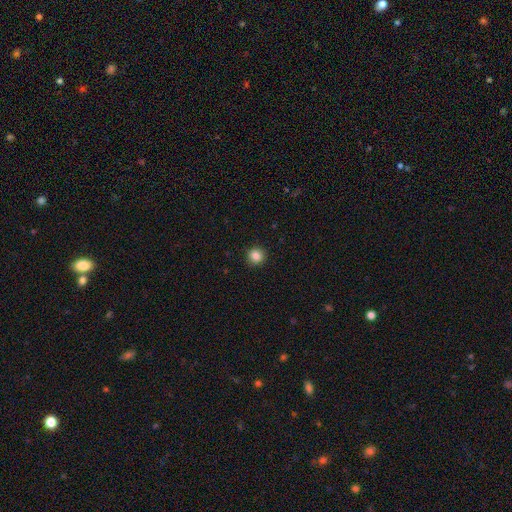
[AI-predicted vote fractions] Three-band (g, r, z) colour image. It shows a smooth galaxy with no disk features (85%) that is round (92%). Merging: none (92%).